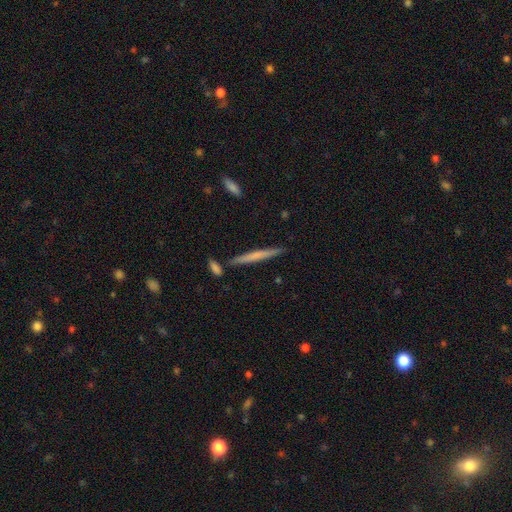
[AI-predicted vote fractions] This appears to be a smooth galaxy with no disk features (56%) that is cigar-shaped (96%). Merging: none (85%).